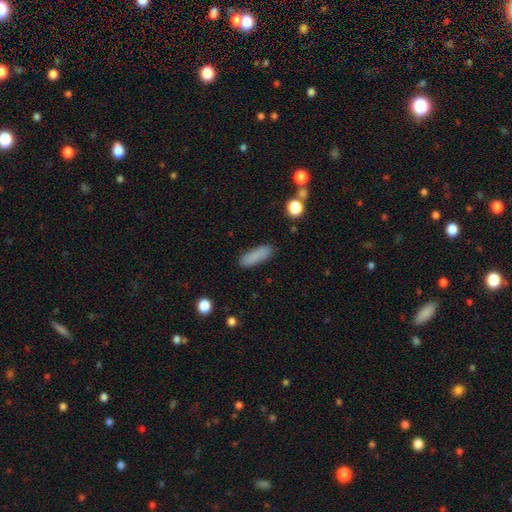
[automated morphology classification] smooth-or-featured: smooth: 86% | star or artifact: 8% | featured or disk: 6%
  how-rounded: cigar-shaped: 52% | in between: 46% | round: 2%
  merging: none: 86% | minor disturbance: 10% | major disturbance: 3% | merger: 2%